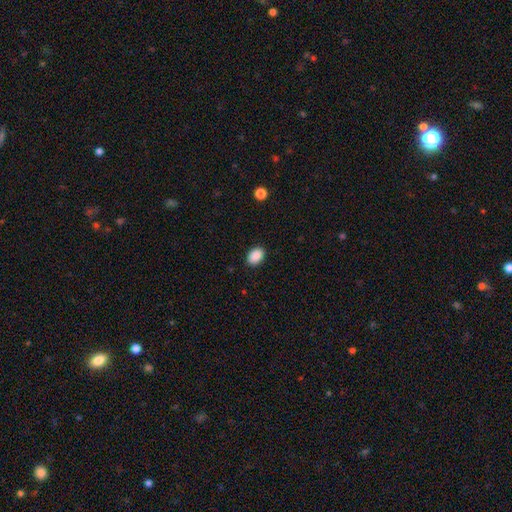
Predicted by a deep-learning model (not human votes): This is clearly a smooth galaxy (89%). How rounded: likely in between (79%). Merging: clearly none (88%).